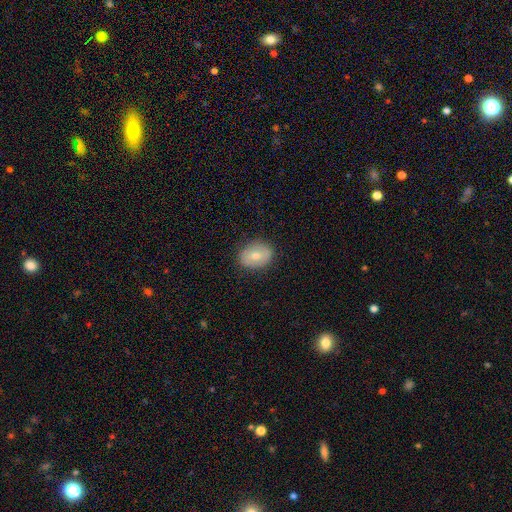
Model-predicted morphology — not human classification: A smooth galaxy with no disk features (68%) that is in between round and cigar-shaped (55%).

Vote fractions:
- Smooth or featured? smooth: 68% / featured or disk: 25% / star or artifact: 7%
- How rounded? in between: 55% / round: 44% / cigar-shaped: 1%
- Merging? none: 85% / minor disturbance: 11% / major disturbance: 3% / merger: 1%